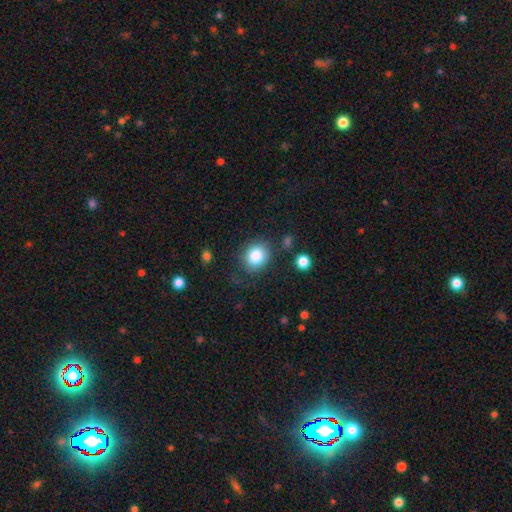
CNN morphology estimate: Q: Smooth or featured?
A: smooth (83%); runner-up: star or artifact (9%)
Q: How rounded?
A: round (70%); runner-up: in between (29%)
Q: Merging?
A: none (78%); runner-up: minor disturbance (14%)